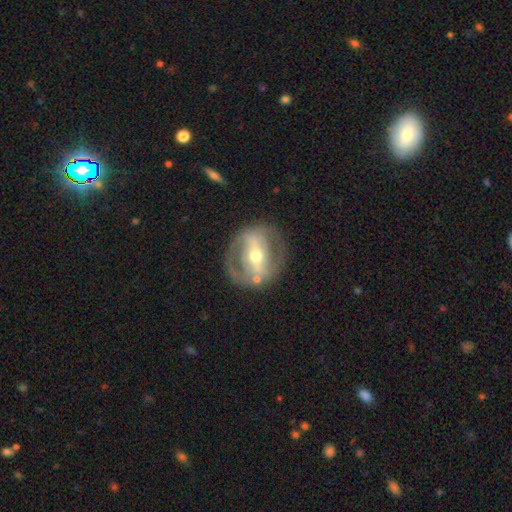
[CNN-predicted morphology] This appears to be a featured or disk galaxy (75%) with a strong bar (56%), no spiral arms (51%) and a moderate central bulge (65%). Merging: none (74%).